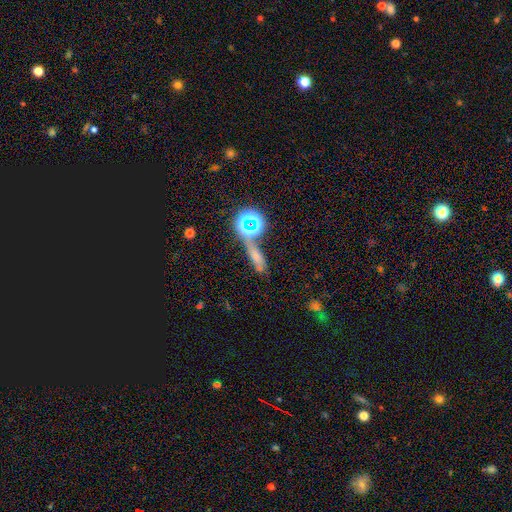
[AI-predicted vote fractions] Smooth or featured? smooth (52%)
How rounded? cigar-shaped (52%)
Merging? none (51%)